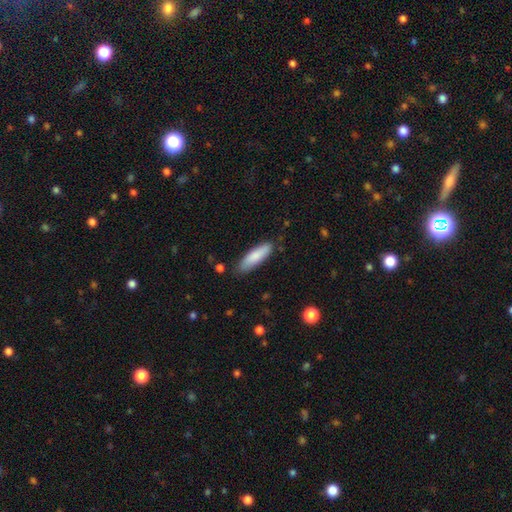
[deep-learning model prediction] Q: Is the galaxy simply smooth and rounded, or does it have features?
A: smooth — 83%.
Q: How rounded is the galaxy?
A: cigar-shaped — 57%.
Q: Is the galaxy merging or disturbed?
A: none — 82%.